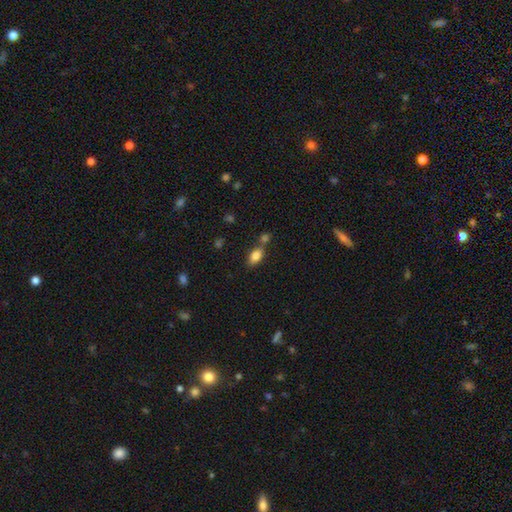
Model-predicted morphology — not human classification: Overall: smooth (84%). How rounded: in between (89%). Merging: none (57%; merger 26%).